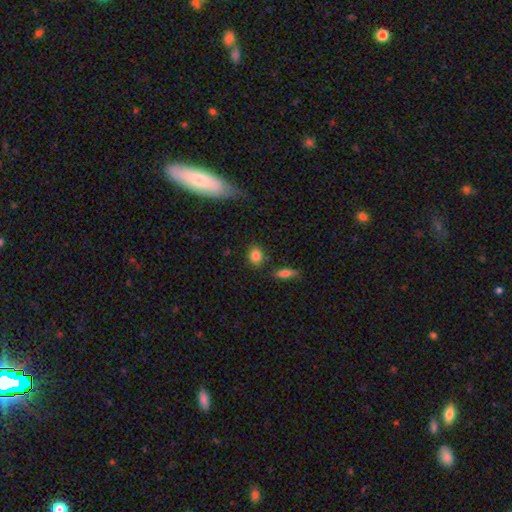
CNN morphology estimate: Smooth or featured?
  - smooth: 85% *
  - star or artifact: 9%
  - featured or disk: 6%
How rounded?
  - round: 55% *
  - in between: 42%
  - cigar-shaped: 2%
Merging?
  - none: 82% *
  - minor disturbance: 11%
  - merger: 4%
  - major disturbance: 3%